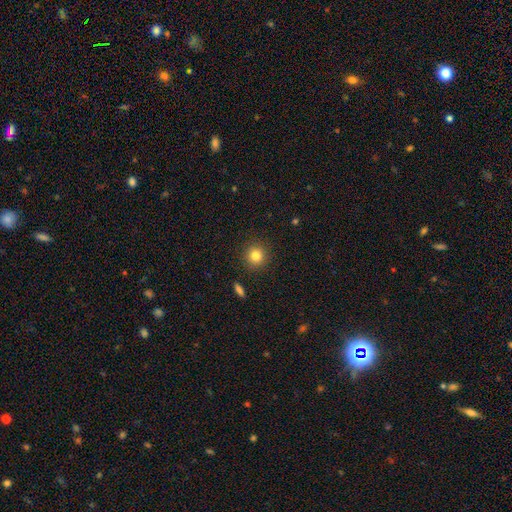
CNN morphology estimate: type=smooth (82%); roundness=round (94%); merging=none (91%).